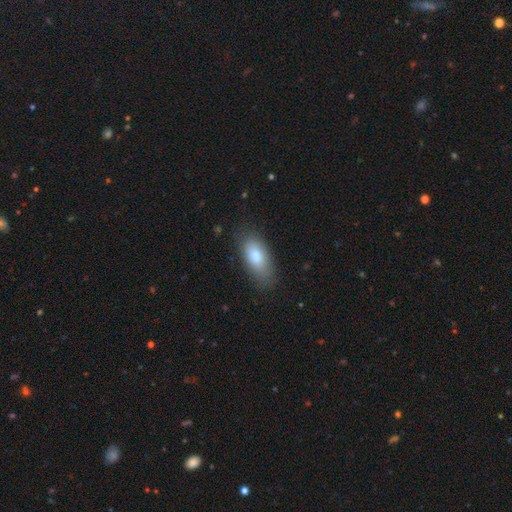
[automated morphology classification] smooth_or_featured: smooth (p=0.81) [alt: featured or disk p=0.12]
how_rounded: in between (p=0.89) [alt: cigar-shaped p=0.08]
merging: none (p=0.78) [alt: minor disturbance p=0.16]